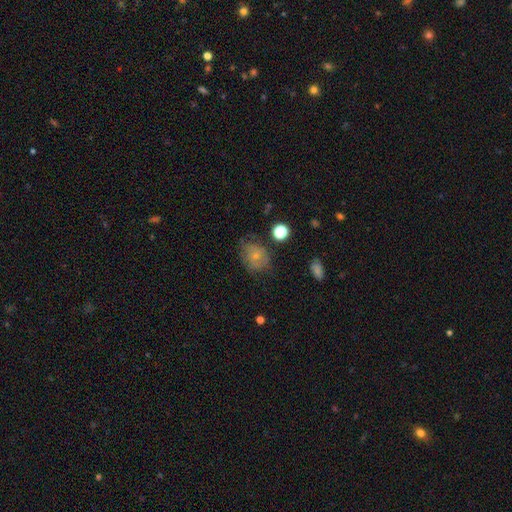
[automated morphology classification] Smooth or featured? smooth (59%)
How rounded? round (55%)
Merging? none (56%)